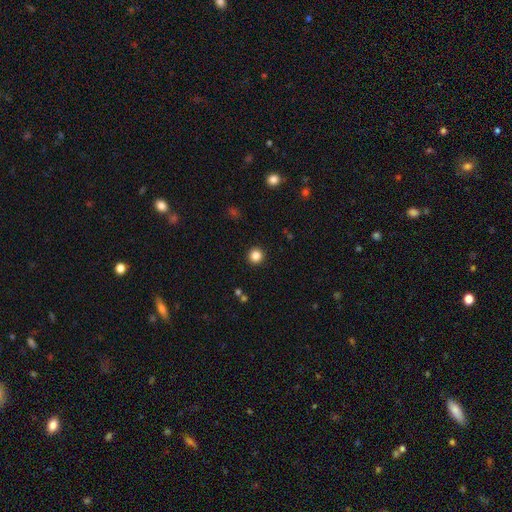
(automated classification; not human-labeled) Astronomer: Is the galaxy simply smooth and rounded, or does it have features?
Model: smooth — 84%.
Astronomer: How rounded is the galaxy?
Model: round — 95%.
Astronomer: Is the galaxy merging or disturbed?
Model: none — 93%.